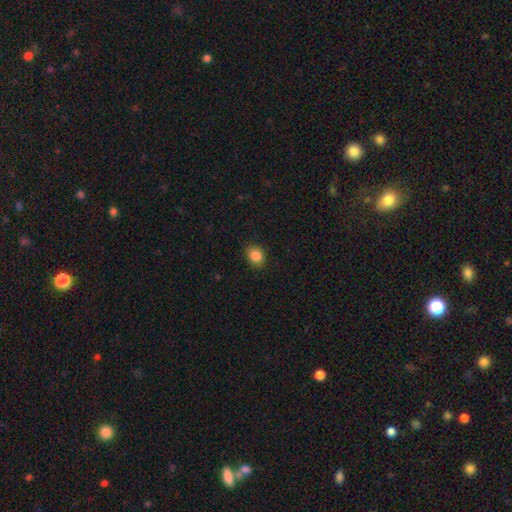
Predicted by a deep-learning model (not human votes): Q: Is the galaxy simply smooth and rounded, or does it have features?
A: smooth — 86%.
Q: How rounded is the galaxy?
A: in between — 50%.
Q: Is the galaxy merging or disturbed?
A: none — 88%.